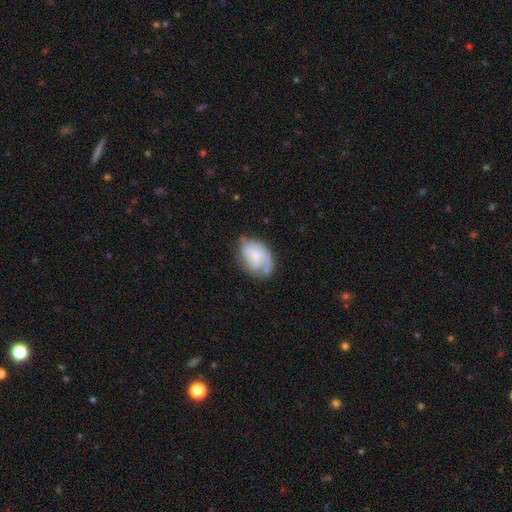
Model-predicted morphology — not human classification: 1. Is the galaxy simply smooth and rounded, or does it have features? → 59% featured or disk, 35% smooth, 7% star or artifact.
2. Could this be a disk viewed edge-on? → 98% no, 2% yes.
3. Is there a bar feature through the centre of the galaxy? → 64% no, 31% weak, 5% strong.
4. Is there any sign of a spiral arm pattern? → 87% yes, 13% no.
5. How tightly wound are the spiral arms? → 44% tight, 38% medium, 17% loose.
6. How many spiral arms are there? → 36% 2, 25% can't tell, 21% 1, 12% 3, 3% 4, 2% more than 4.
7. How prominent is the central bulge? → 42% small, 32% none, 20% moderate, 5% large, 2% dominant.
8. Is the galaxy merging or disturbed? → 56% none, 28% minor disturbance, 13% major disturbance, 3% merger.